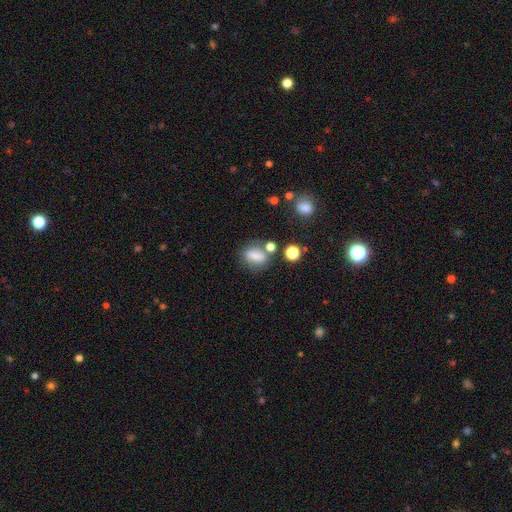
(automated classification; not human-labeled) Morphology: type=smooth (74%); roundness=in between (66%); merging=none (58%).